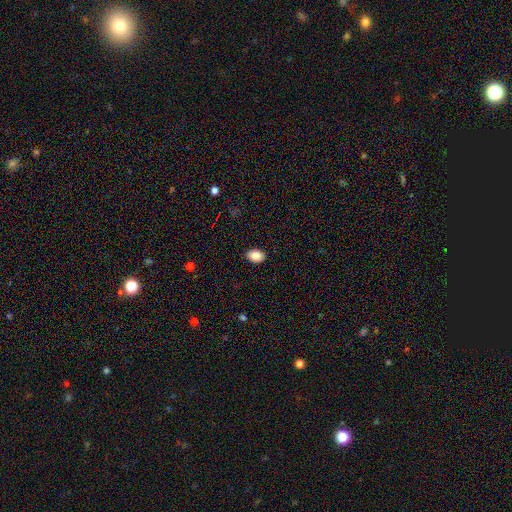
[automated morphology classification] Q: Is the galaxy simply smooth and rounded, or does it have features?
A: smooth — 87%.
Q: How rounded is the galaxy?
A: in between — 85%.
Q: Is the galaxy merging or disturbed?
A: none — 89%.